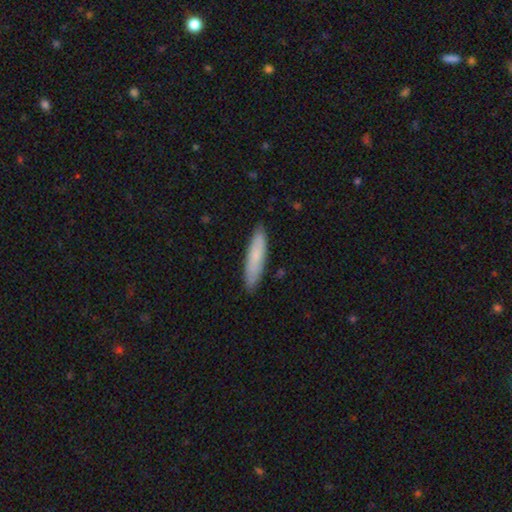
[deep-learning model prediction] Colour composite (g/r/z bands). It shows a smooth galaxy with no disk features (79%) that is cigar-shaped (81%). Merging: none (87%).